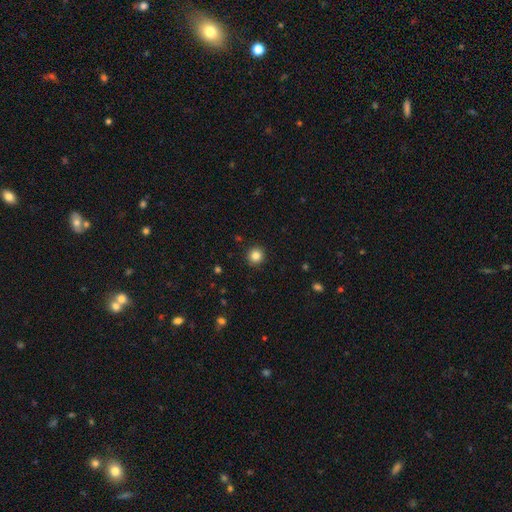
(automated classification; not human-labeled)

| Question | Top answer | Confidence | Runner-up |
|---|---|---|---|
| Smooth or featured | smooth | 84% | star or artifact (11%) |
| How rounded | round | 95% | in between (4%) |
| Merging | none | 93% | minor disturbance (5%) |